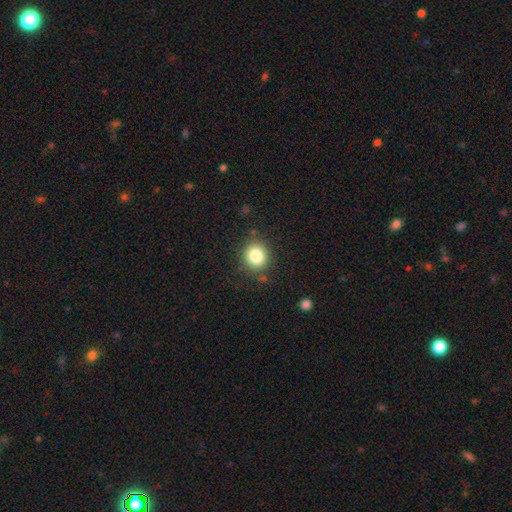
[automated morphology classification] type=smooth (83%); roundness=round (83%); merging=none (85%).